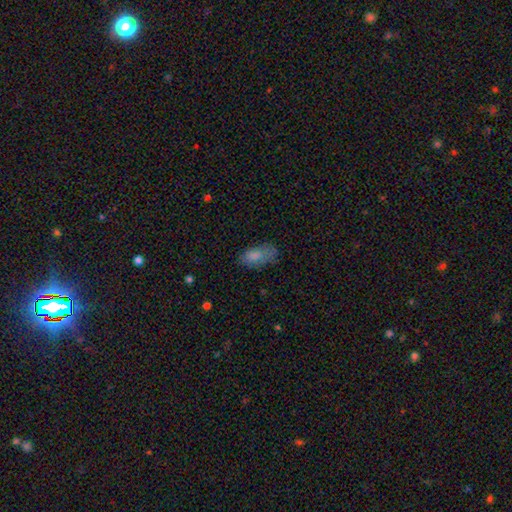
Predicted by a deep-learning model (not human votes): Overall: smooth (79%). How rounded: in between (91%). Merging: none (61%; minor disturbance 26%).